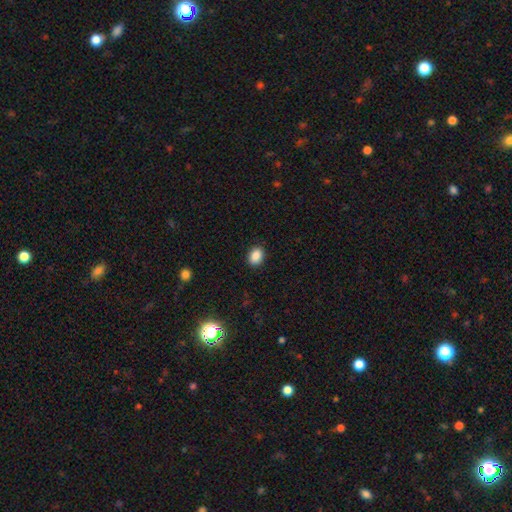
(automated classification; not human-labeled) The model was most divided on "how rounded": in between: 66%, round: 33%, cigar-shaped: 1%. More confident: merging — none (89%); smooth or featured — smooth (87%).